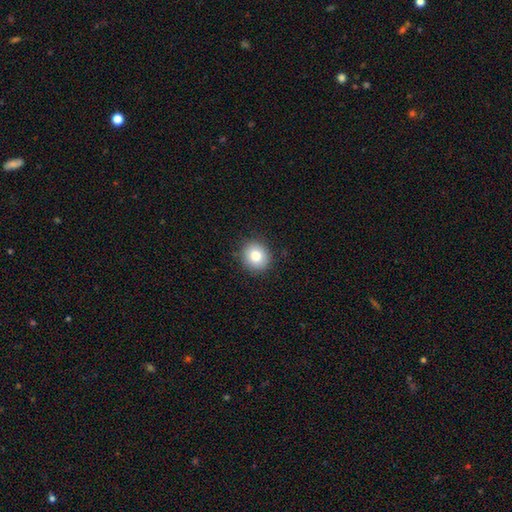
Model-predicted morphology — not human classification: This is clearly a smooth galaxy (83%). How rounded: clearly round (81%). Merging: clearly none (89%).